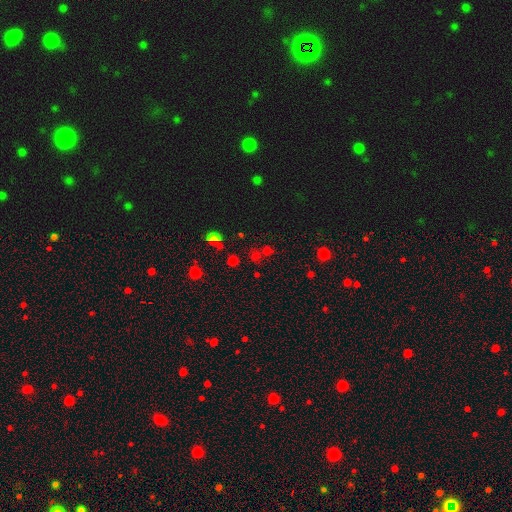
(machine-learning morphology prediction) star or artifact 46%, smooth 45%, featured or disk 9%.